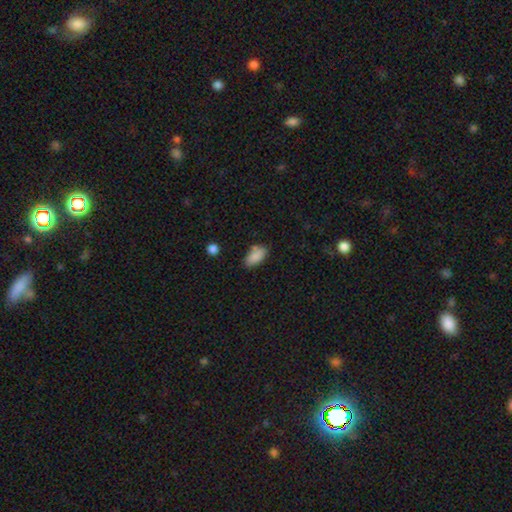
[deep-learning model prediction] smooth_or_featured: smooth (p=0.86) [alt: star or artifact p=0.08]
how_rounded: in between (p=0.92) [alt: cigar-shaped p=0.05]
merging: none (p=0.68) [alt: minor disturbance p=0.22]